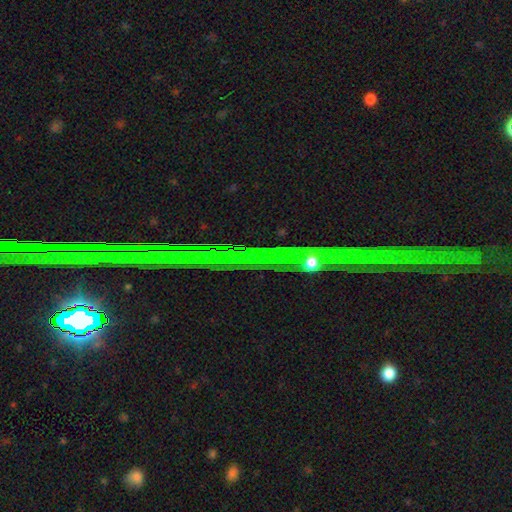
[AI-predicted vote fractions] This is clearly a star or artifact rather than a galaxy (81%).